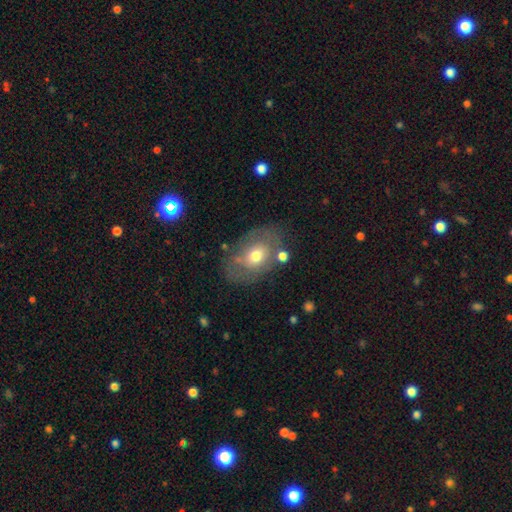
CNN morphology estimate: smooth_or_featured: smooth (p=0.54) [alt: featured or disk p=0.38]
how_rounded: in between (p=0.78) [alt: round p=0.21]
merging: none (p=0.64) [alt: minor disturbance p=0.20]